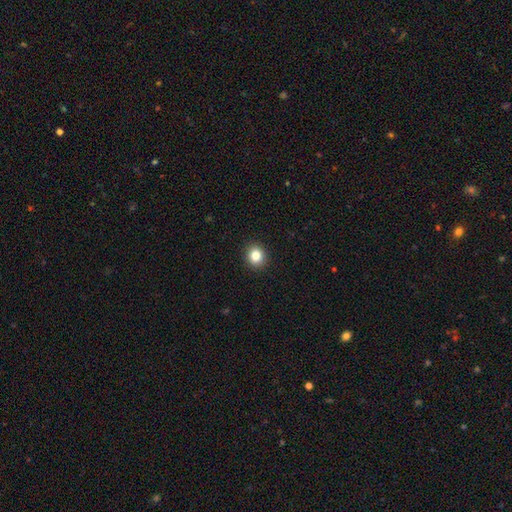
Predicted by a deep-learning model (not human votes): A smooth galaxy with no disk features (83%) that is round (81%).

Vote fractions:
- Smooth or featured? smooth: 83% / star or artifact: 11% / featured or disk: 6%
- How rounded? round: 81% / in between: 19% / cigar-shaped: 1%
- Merging? none: 92% / minor disturbance: 5% / major disturbance: 2% / merger: 1%